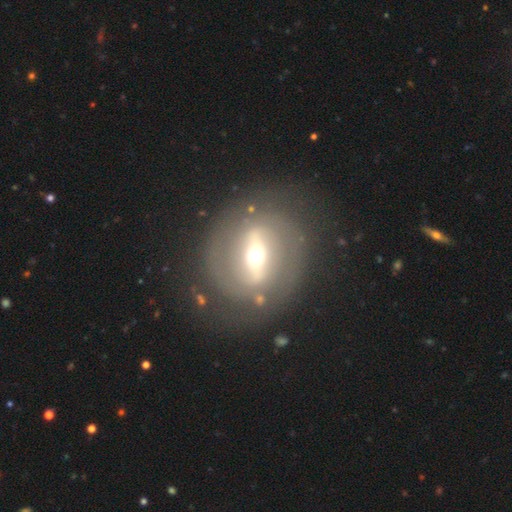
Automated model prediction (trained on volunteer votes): The model was most divided on "spiral arms": yes: 53%, no: 47%. More confident: edge-on disk — no (90%); merging — none (77%); smooth or featured — featured or disk (76%); bar — strong (62%); bulge size — moderate (52%).